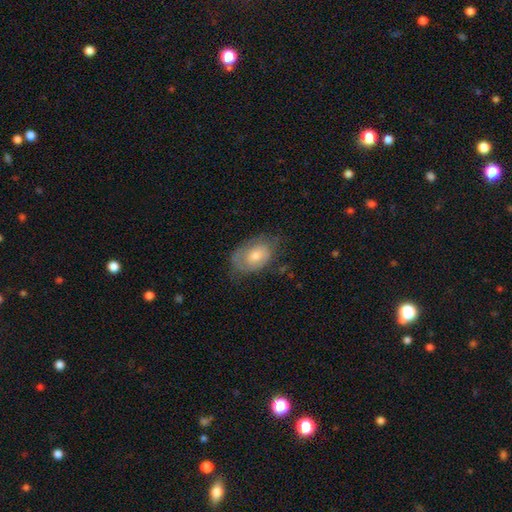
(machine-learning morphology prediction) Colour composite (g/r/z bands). It shows a smooth galaxy with no disk features (48%). Merging: none (61%).